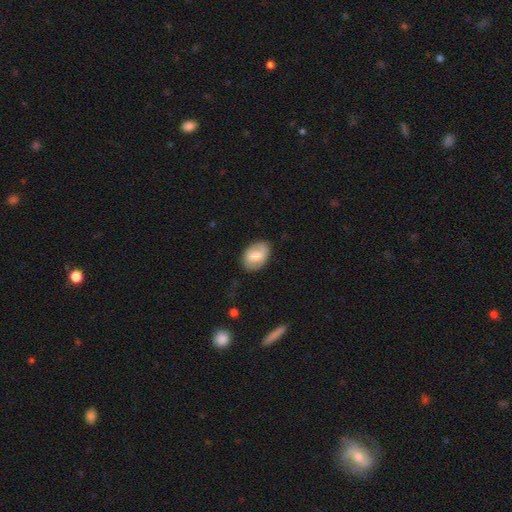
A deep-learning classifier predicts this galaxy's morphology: Smooth or featured?
  - smooth: 66% *
  - featured or disk: 27%
  - star or artifact: 6%
How rounded?
  - in between: 83% *
  - round: 16%
  - cigar-shaped: 1%
Merging?
  - none: 79% *
  - minor disturbance: 16%
  - major disturbance: 4%
  - merger: 1%